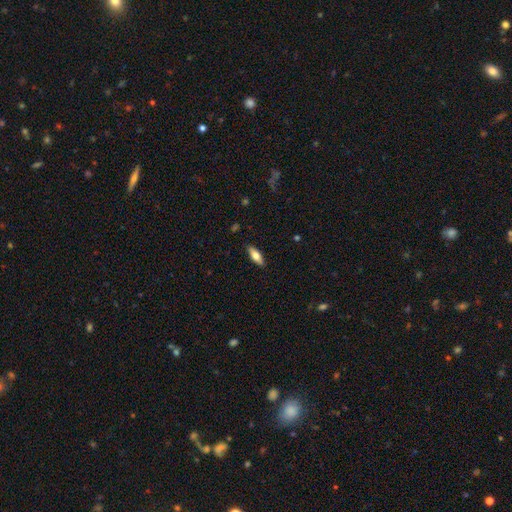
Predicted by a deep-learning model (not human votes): A smooth galaxy with no disk features (66%) that is in between round and cigar-shaped (67%).

Vote fractions:
- Smooth or featured? smooth: 66% / featured or disk: 28% / star or artifact: 6%
- How rounded? in between: 67% / cigar-shaped: 30% / round: 2%
- Merging? none: 89% / minor disturbance: 8% / major disturbance: 2% / merger: 1%